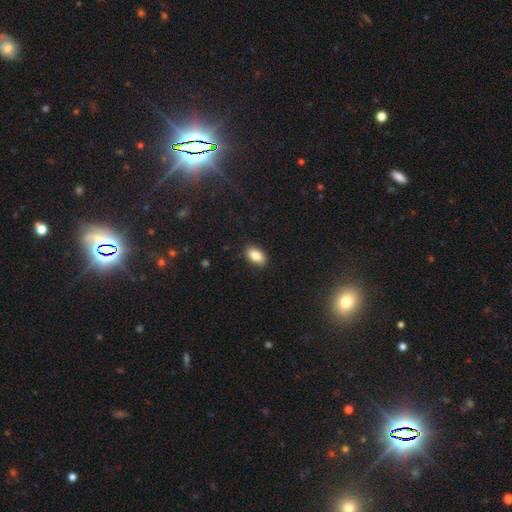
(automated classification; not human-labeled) Q: Smooth or featured?
A: smooth (86%); runner-up: star or artifact (7%)
Q: How rounded?
A: in between (92%); runner-up: round (5%)
Q: Merging?
A: none (89%); runner-up: minor disturbance (8%)